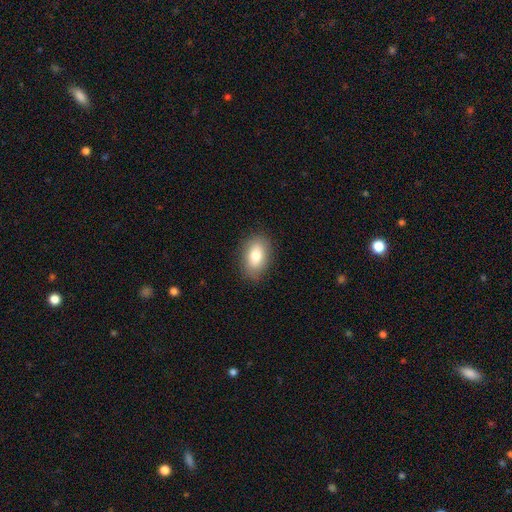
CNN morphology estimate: Overall: smooth (80%). How rounded: in between (88%). Merging: none (86%).